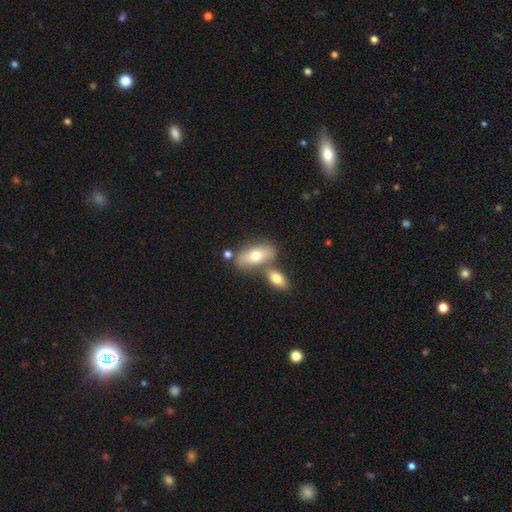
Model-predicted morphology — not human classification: A smooth galaxy with no disk features (68%) that is in between round and cigar-shaped (85%).

Vote fractions:
- Smooth or featured? smooth: 68% / featured or disk: 25% / star or artifact: 6%
- How rounded? in between: 85% / cigar-shaped: 11% / round: 4%
- Merging? none: 53% / merger: 32% / minor disturbance: 11% / major disturbance: 4%